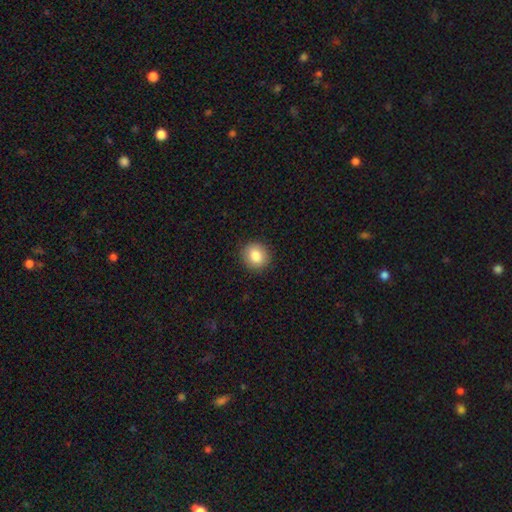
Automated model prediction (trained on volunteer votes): smooth-or-featured: smooth: 83% | star or artifact: 9% | featured or disk: 8%
  how-rounded: round: 83% | in between: 16% | cigar-shaped: 1%
  merging: none: 90% | minor disturbance: 7% | major disturbance: 2% | merger: 1%